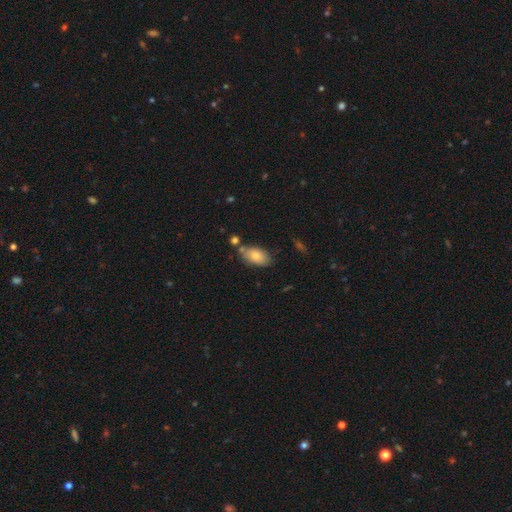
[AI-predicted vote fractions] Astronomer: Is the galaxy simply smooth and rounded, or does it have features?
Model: smooth — 80%.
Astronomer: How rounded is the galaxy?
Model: in between — 93%.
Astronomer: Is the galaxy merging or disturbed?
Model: none — 69%.